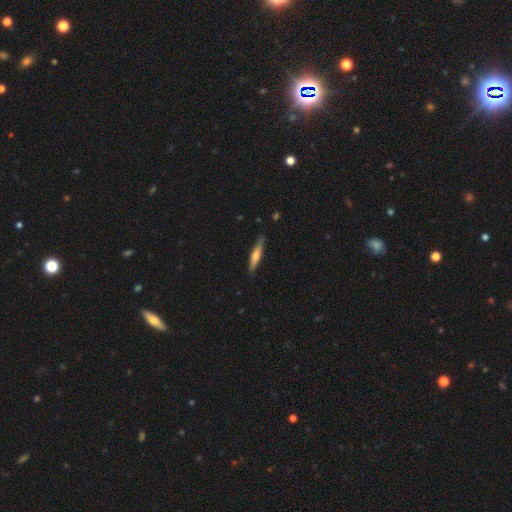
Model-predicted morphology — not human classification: Smooth or featured? Predicted: smooth (p=0.50). How rounded? Predicted: cigar-shaped (p=0.89). Merging? Predicted: none (p=0.85).